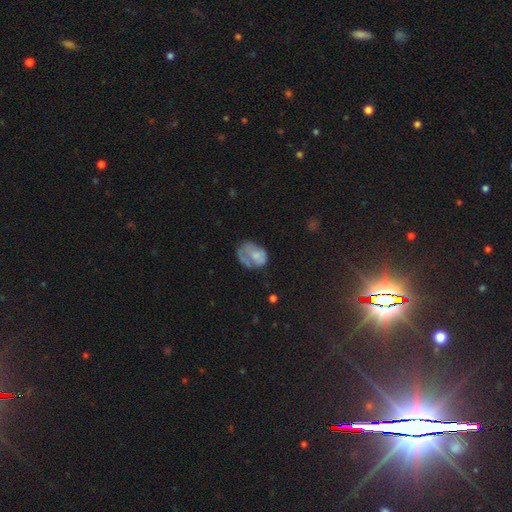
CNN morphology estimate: smooth 54%, featured or disk 36%, star or artifact 10%. Down the decision tree: how rounded — in between (63%); merging — none (35%).